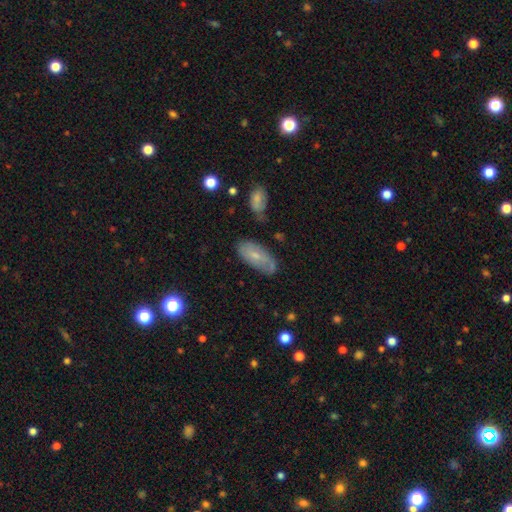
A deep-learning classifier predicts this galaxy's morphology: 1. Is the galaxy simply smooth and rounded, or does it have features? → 51% smooth, 40% featured or disk, 8% star or artifact.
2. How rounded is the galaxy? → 88% in between, 9% cigar-shaped, 3% round.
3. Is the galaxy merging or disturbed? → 63% none, 26% minor disturbance, 7% major disturbance, 4% merger.